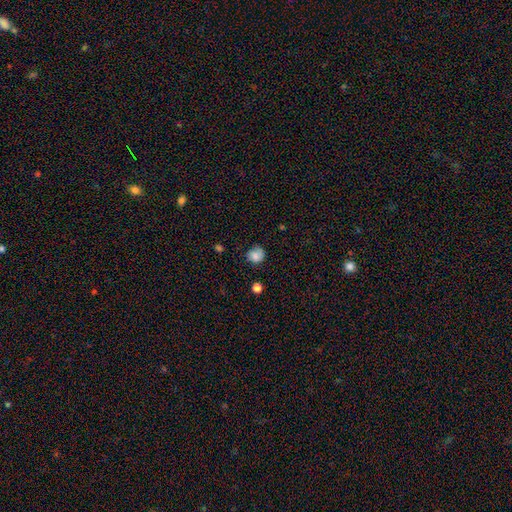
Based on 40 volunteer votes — Morphology: type=smooth (82%); roundness=round (91%); merging=none (76%).